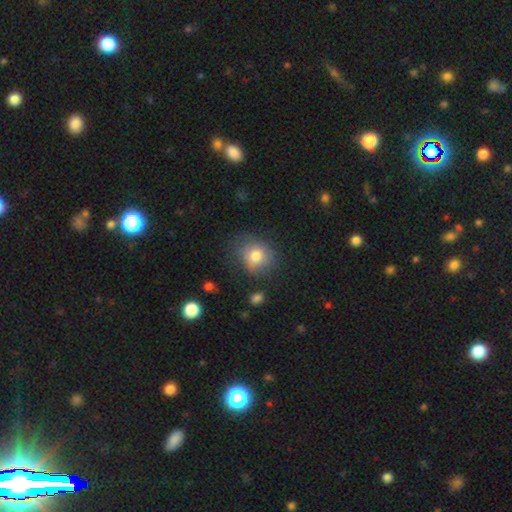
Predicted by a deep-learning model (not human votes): Smooth or featured?
  - smooth: 76% *
  - featured or disk: 15%
  - star or artifact: 10%
How rounded?
  - round: 74% *
  - in between: 25%
  - cigar-shaped: 1%
Merging?
  - none: 61% *
  - minor disturbance: 24%
  - major disturbance: 12%
  - merger: 2%